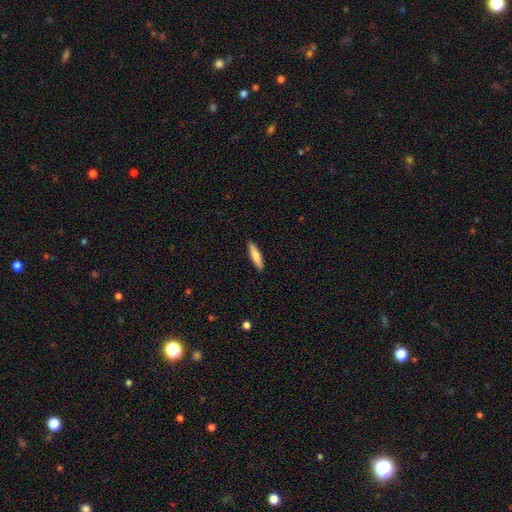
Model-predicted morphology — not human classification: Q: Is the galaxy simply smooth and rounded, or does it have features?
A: smooth — 80%.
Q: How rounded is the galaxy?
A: cigar-shaped — 75%.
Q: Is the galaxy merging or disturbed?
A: none — 91%.